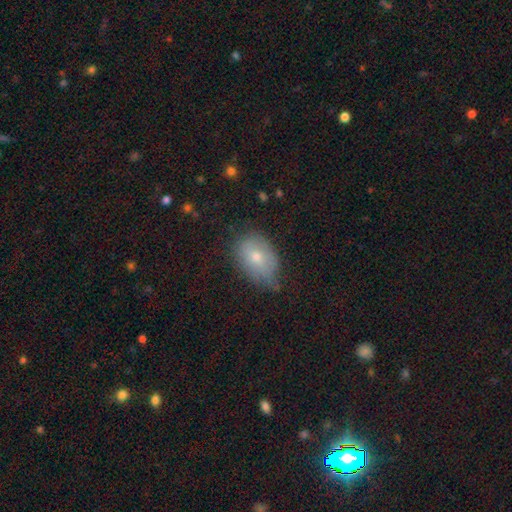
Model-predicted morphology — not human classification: The model was most divided on "merging": none: 54%, minor disturbance: 36%, major disturbance: 8%, merger: 2%. More confident: how rounded — in between (81%); smooth or featured — smooth (72%).